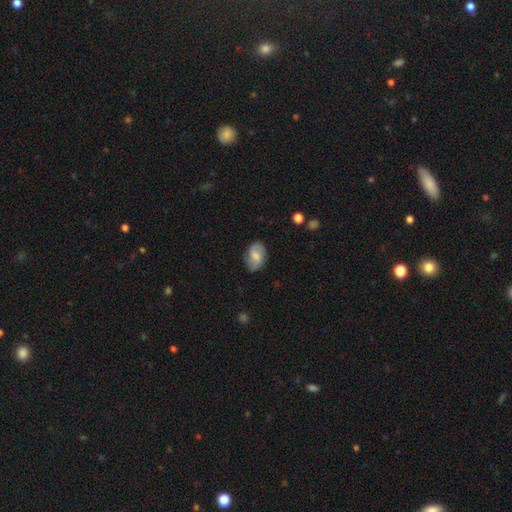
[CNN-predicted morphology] The model was most divided on "smooth or featured": smooth: 66%, featured or disk: 27%, star or artifact: 7%. More confident: how rounded — in between (86%); merging — none (78%).